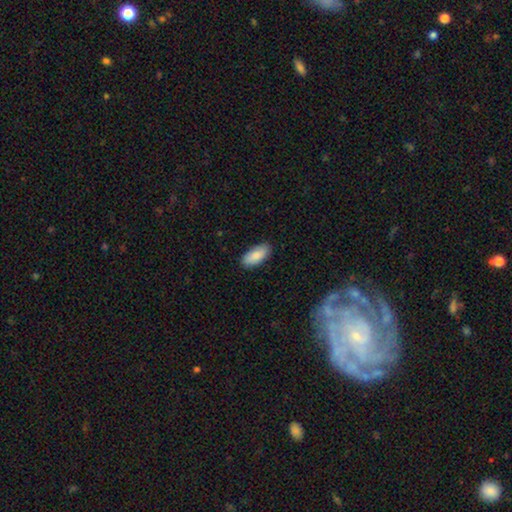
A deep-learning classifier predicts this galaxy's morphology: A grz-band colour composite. It shows a smooth galaxy with no disk features (88%) that is in between round and cigar-shaped (90%). Merging: none (87%).